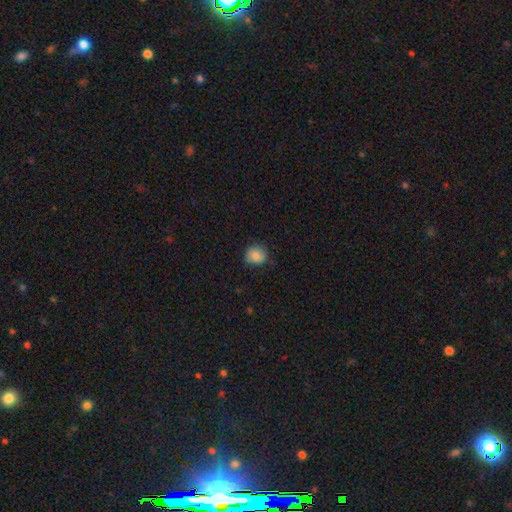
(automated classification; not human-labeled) Morphology: type=smooth (82%); roundness=round (81%); merging=none (79%).